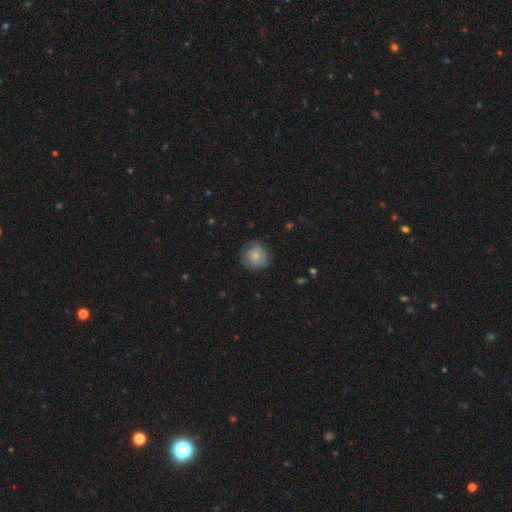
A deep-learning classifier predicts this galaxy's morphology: The model was most divided on "smooth or featured": smooth: 64%, featured or disk: 29%, star or artifact: 7%. More confident: how rounded — round (89%); merging — none (72%).